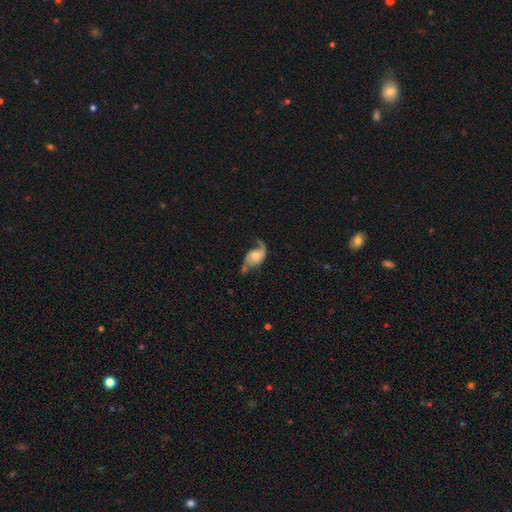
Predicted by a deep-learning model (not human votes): Smooth or featured?
  - featured or disk: 75% *
  - smooth: 18%
  - star or artifact: 7%
Edge-on disk?
  - no: 96% *
  - yes: 4%
Bar?
  - no: 65% *
  - weak: 28%
  - strong: 7%
Spiral arms?
  - yes: 92% *
  - no: 8%
Spiral winding?
  - loose: 69% *
  - medium: 24%
  - tight: 7%
Spiral arm count?
  - 2: 81% *
  - 1: 13%
  - can't tell: 3%
  - 3: 1%
  - 4: 1%
  - more than 4: 1%
Bulge size?
  - moderate: 53% *
  - small: 28%
  - large: 12%
  - none: 5%
  - dominant: 2%
Merging?
  - none: 51% *
  - minor disturbance: 24%
  - major disturbance: 18%
  - merger: 7%